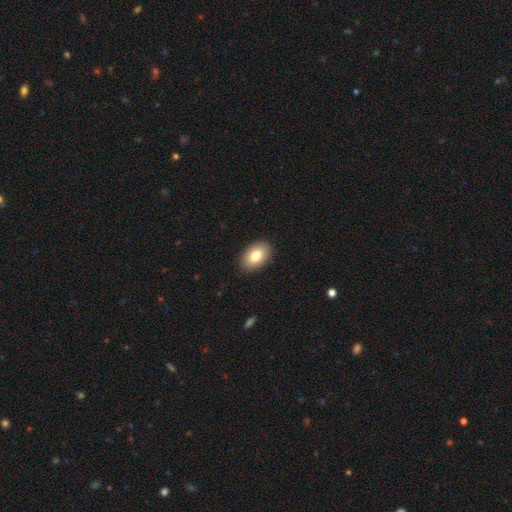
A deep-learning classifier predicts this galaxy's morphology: type=smooth (80%); roundness=in between (88%); merging=none (89%).